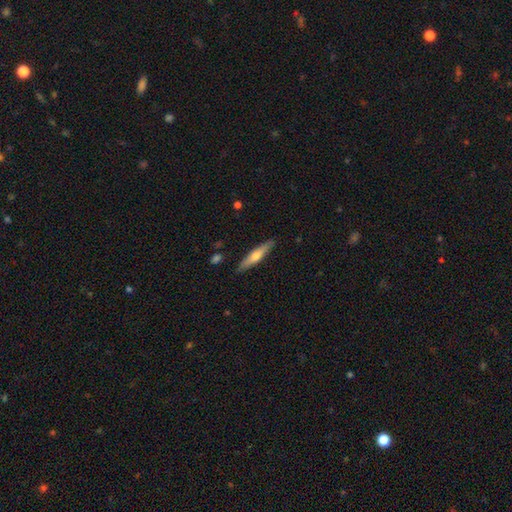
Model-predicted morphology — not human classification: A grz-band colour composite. It shows a smooth galaxy with no disk features (48%). Merging: none (88%).